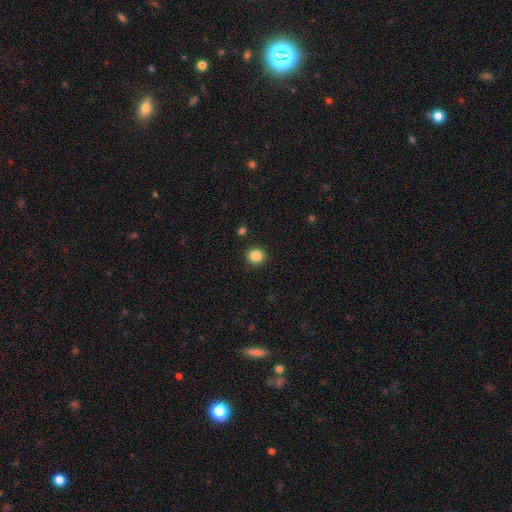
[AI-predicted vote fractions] Smooth or featured: smooth — 85% (star or artifact — 10%)
How rounded: round — 90% (in between — 9%)
Merging: none — 92% (minor disturbance — 5%)